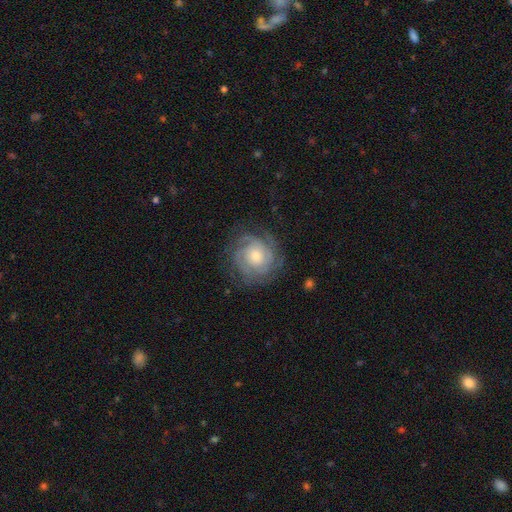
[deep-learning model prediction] featured or disk 83%, smooth 11%, star or artifact 6%. Down the decision tree: edge-on disk — no (98%); bar — no (75%); spiral arms — yes (96%); spiral arm count — can't tell (29%); spiral winding — tight (76%); bulge size — moderate (54%); merging — none (79%).